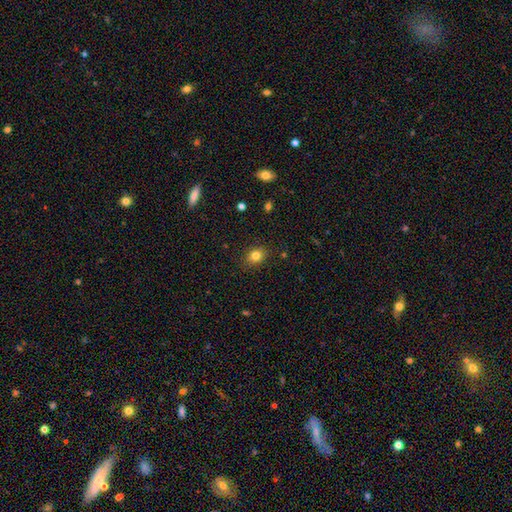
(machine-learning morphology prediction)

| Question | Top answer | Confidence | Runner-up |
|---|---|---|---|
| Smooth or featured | smooth | 81% | star or artifact (12%) |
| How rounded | round | 54% | in between (45%) |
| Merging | none | 86% | minor disturbance (10%) |